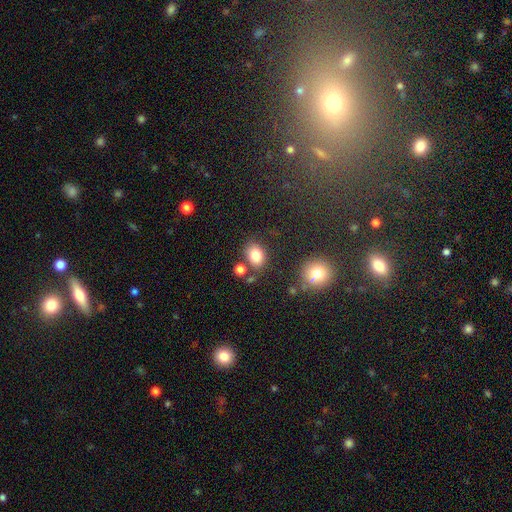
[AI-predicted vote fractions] Smooth or featured?
  - smooth: 81% *
  - star or artifact: 10%
  - featured or disk: 8%
How rounded?
  - in between: 69% *
  - round: 30%
  - cigar-shaped: 1%
Merging?
  - none: 73% *
  - minor disturbance: 13%
  - merger: 10%
  - major disturbance: 4%